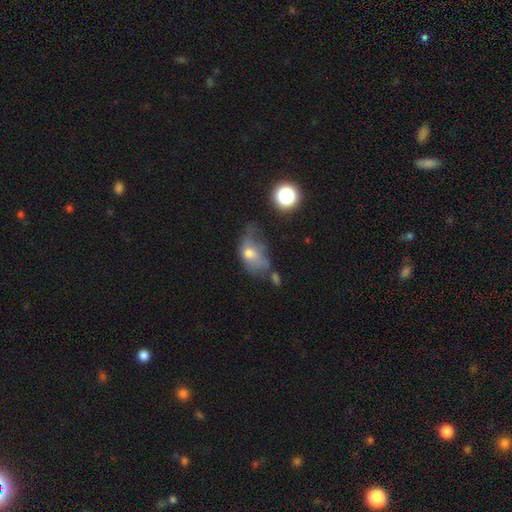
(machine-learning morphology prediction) Smooth or featured?
  - smooth: 50% *
  - featured or disk: 33%
  - star or artifact: 17%
Merging?
  - major disturbance: 34% *
  - minor disturbance: 28%
  - none: 24%
  - merger: 14%